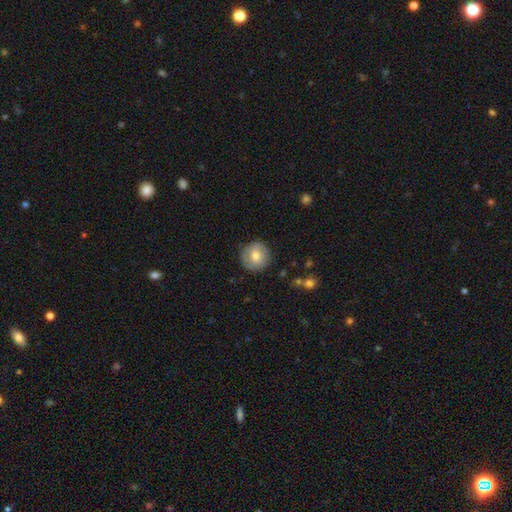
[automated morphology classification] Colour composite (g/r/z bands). It shows a smooth galaxy with no disk features (70%) that is round (94%). Merging: none (87%).